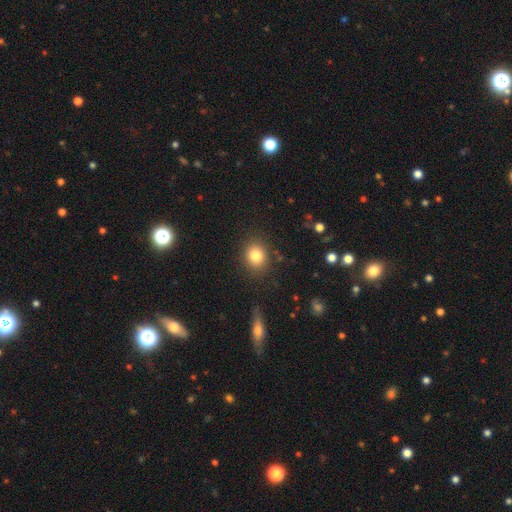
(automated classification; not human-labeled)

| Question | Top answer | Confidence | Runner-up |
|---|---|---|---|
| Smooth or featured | smooth | 82% | star or artifact (11%) |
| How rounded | round | 71% | in between (28%) |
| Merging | none | 86% | minor disturbance (9%) |